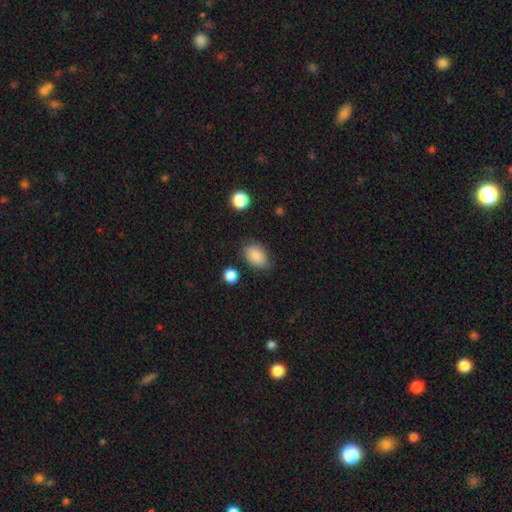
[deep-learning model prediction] smooth-or-featured: smooth: 87% | star or artifact: 8% | featured or disk: 5%
  how-rounded: in between: 83% | round: 16% | cigar-shaped: 1%
  merging: none: 75% | minor disturbance: 18% | major disturbance: 4% | merger: 2%